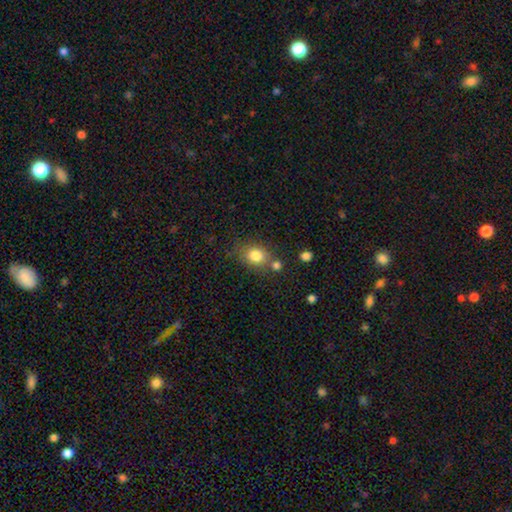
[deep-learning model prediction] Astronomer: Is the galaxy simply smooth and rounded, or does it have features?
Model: smooth — 81%.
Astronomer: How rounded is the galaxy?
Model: round — 53% (runner-up: in between, 46%).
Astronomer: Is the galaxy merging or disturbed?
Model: none — 65%.